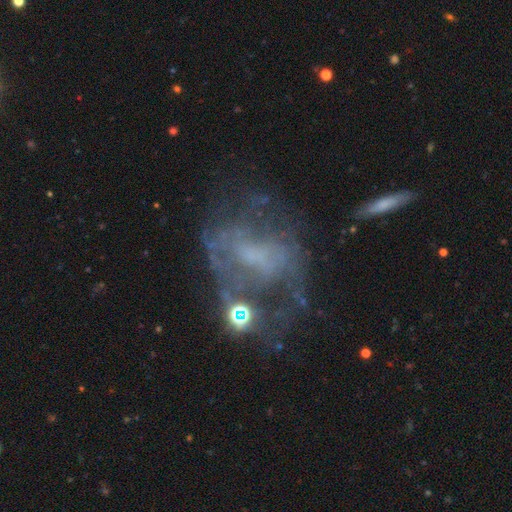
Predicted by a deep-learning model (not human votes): A featured or disk galaxy (67%) with no bar (54%), spiral arms (51%) and no central bulge (48%).

Vote fractions:
- Smooth or featured? featured or disk: 67% / smooth: 17% / star or artifact: 16%
- Edge-on disk? no: 95% / yes: 5%
- Bar? no: 54% / weak: 33% / strong: 13%
- Spiral arms? yes: 51% / no: 49%
- Bulge size? none: 48% / small: 29% / moderate: 18% / large: 4% / dominant: 1%
- Merging? none: 39% / major disturbance: 32% / minor disturbance: 18% / merger: 11%